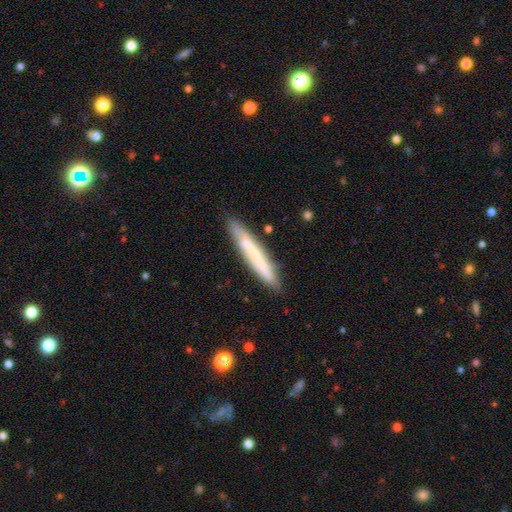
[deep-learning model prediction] Overall: smooth (58%; featured or disk 36%). How rounded: cigar-shaped (94%). Merging: none (85%).